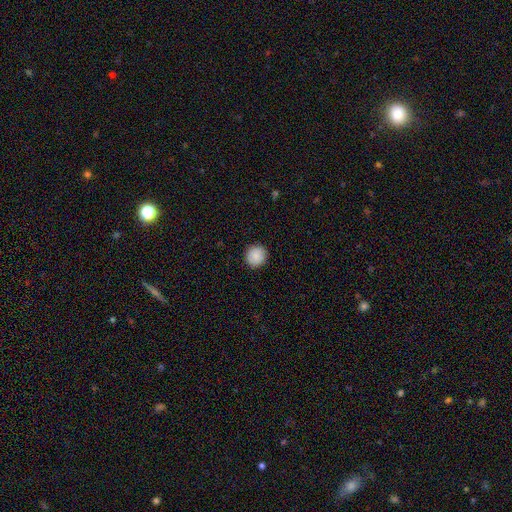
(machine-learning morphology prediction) A smooth galaxy with no disk features (89%) that is round (93%).

Vote fractions:
- Smooth or featured? smooth: 89% / star or artifact: 8% / featured or disk: 3%
- How rounded? round: 93% / in between: 6% / cigar-shaped: 1%
- Merging? none: 92% / minor disturbance: 5% / major disturbance: 2% / merger: 1%